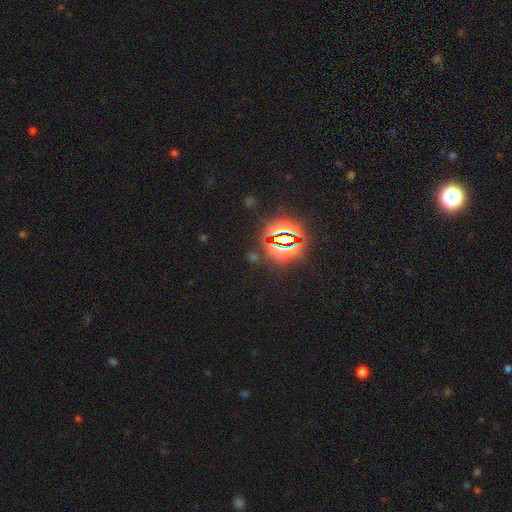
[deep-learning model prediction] smooth_or_featured: star or artifact (p=0.80) [alt: smooth p=0.13]